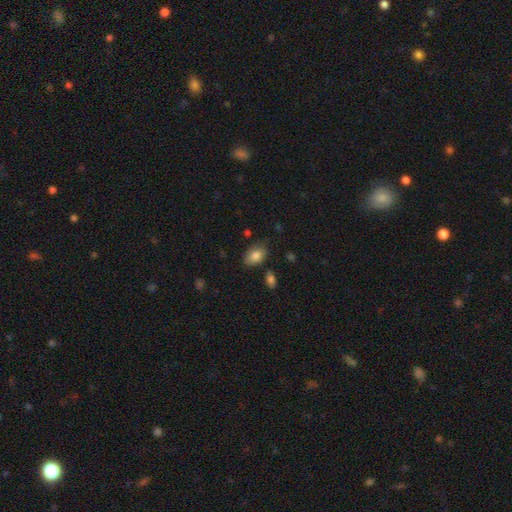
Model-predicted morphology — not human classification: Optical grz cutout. It shows a smooth galaxy with no disk features (84%) that is in between round and cigar-shaped (87%). Merging: none (74%).